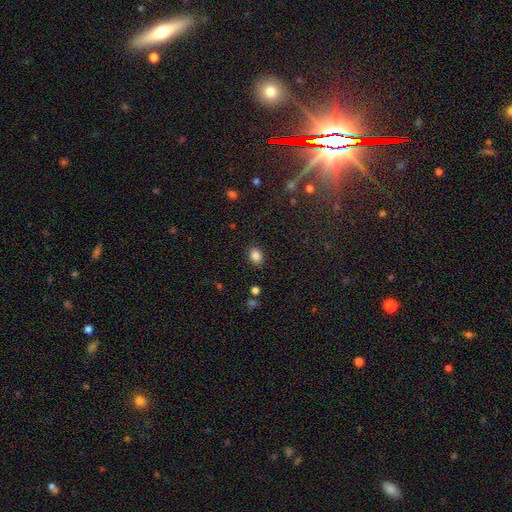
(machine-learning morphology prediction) smooth 84%, star or artifact 11%, featured or disk 5%. Down the decision tree: how rounded — in between (56%); merging — none (88%).